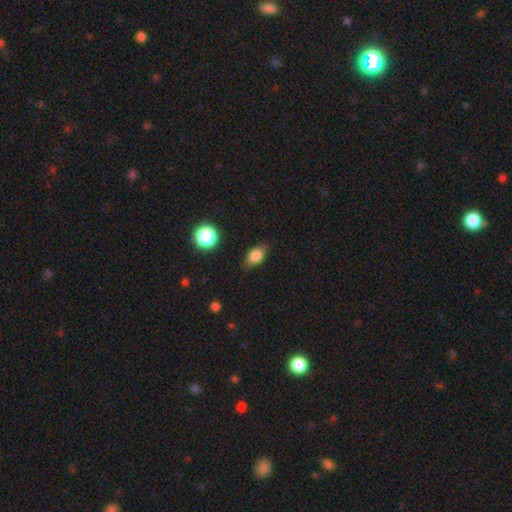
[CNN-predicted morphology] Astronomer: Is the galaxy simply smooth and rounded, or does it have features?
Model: smooth — 81%.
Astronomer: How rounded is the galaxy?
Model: in between — 82%.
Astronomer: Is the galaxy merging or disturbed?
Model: none — 77%.